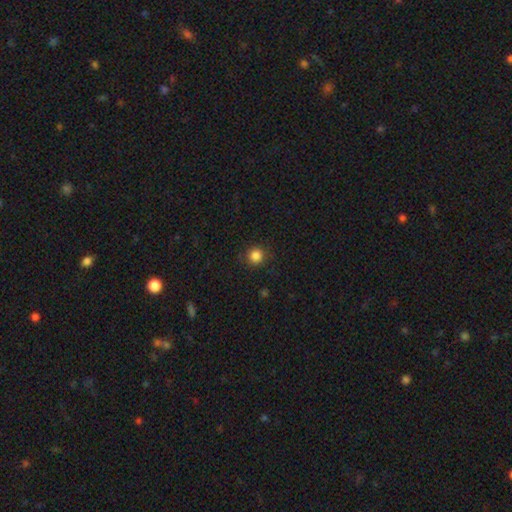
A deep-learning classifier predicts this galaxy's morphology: This is clearly a smooth galaxy (84%). How rounded: clearly round (94%). Merging: clearly none (89%).